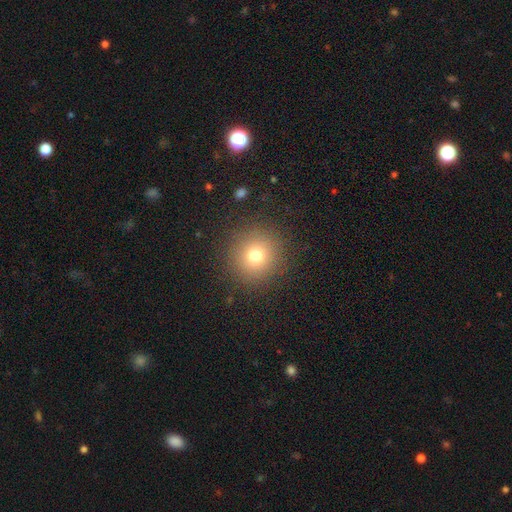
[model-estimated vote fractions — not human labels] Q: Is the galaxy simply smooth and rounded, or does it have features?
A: smooth — 74%.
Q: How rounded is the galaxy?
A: round — 94%.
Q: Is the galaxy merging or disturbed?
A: none — 89%.